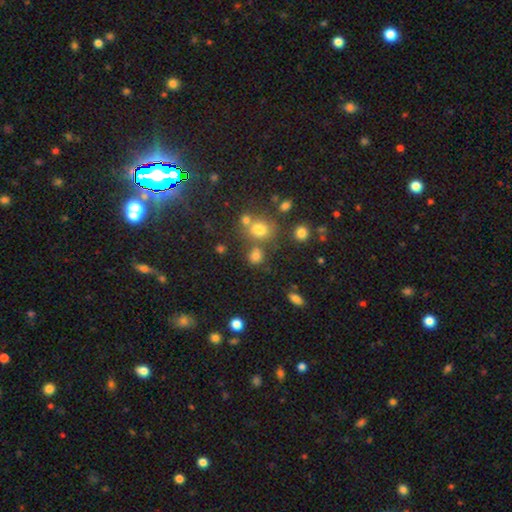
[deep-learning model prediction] smooth 74%, star or artifact 18%, featured or disk 8%. Down the decision tree: how rounded — round (75%); merging — none (63%).